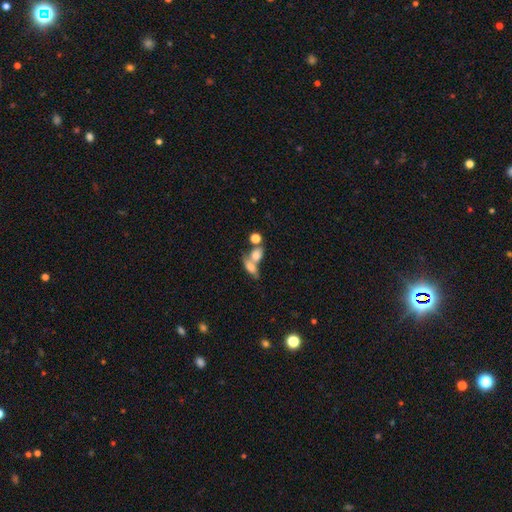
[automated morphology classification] Smooth or featured? smooth (74%)
How rounded? in between (67%)
Merging? merger (57%)